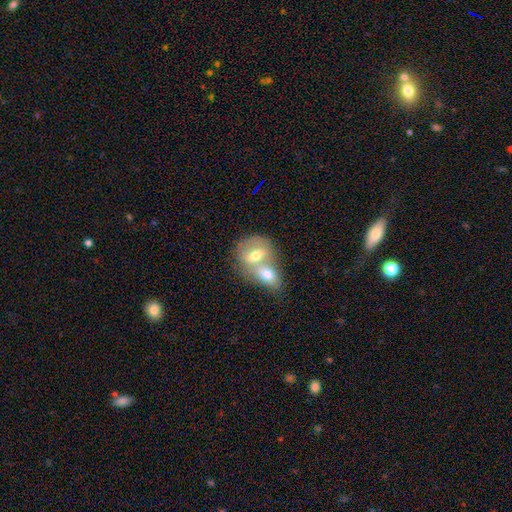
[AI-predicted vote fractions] smooth_or_featured: smooth (p=0.52) [alt: featured or disk p=0.39]
how_rounded: in between (p=0.54) [alt: round p=0.43]
merging: merger (p=0.75) [alt: none p=0.17]